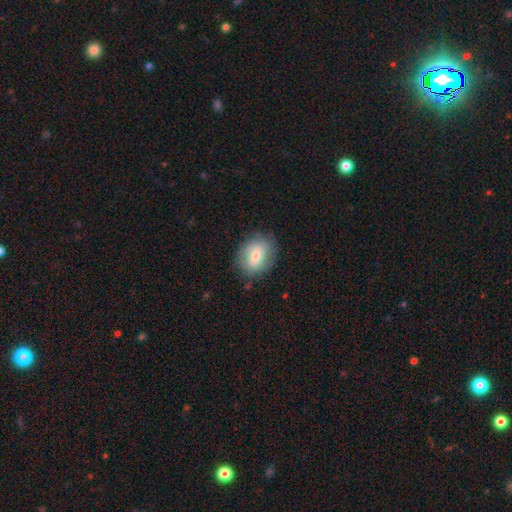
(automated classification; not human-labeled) A smooth galaxy with no disk features (65%) that is in between round and cigar-shaped (55%). Merging: none (78%).